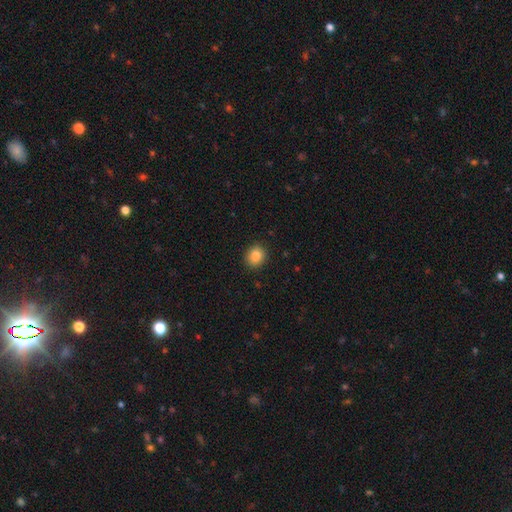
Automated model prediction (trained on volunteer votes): Q: Smooth or featured?
A: smooth (86%); runner-up: star or artifact (9%)
Q: How rounded?
A: round (71%); runner-up: in between (28%)
Q: Merging?
A: none (90%); runner-up: minor disturbance (7%)